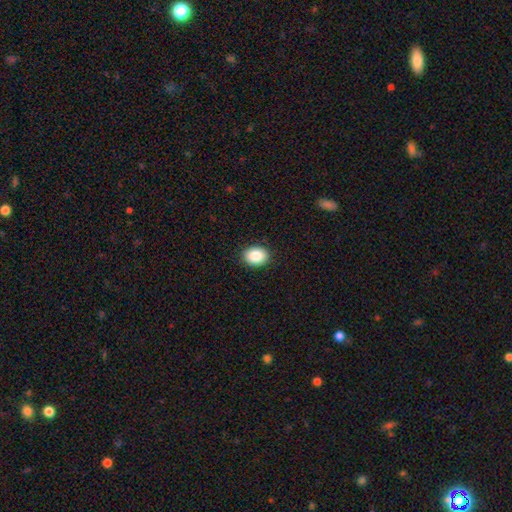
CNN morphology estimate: The model was most divided on "how rounded": in between: 67%, round: 32%, cigar-shaped: 1%. More confident: merging — none (90%); smooth or featured — smooth (88%).